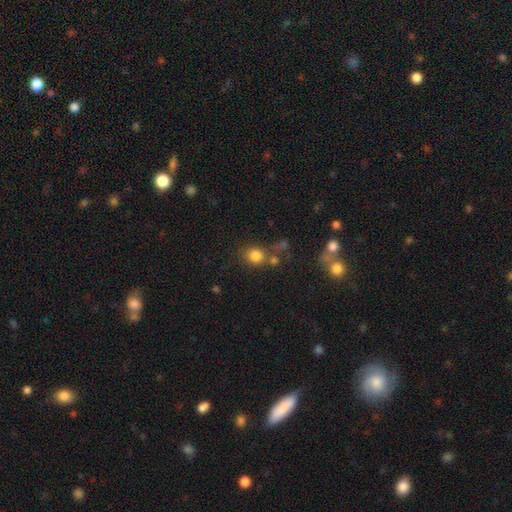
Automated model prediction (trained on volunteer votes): Q: Smooth or featured?
A: smooth (80%); runner-up: star or artifact (12%)
Q: How rounded?
A: round (79%); runner-up: in between (20%)
Q: Merging?
A: none (57%); runner-up: merger (23%)